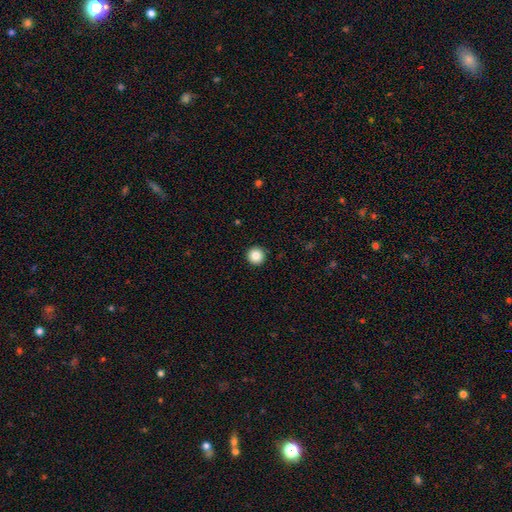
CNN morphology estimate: smooth_or_featured: smooth (p=0.86) [alt: star or artifact p=0.09]
how_rounded: round (p=0.96) [alt: in between p=0.03]
merging: none (p=0.94) [alt: minor disturbance p=0.04]